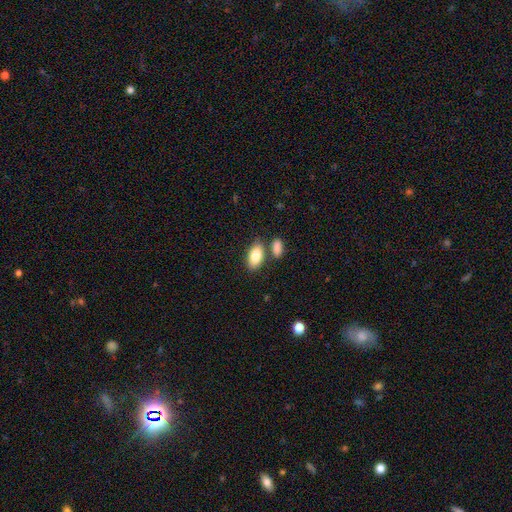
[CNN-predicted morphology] The model was most divided on "merging": none: 67%, merger: 18%, minor disturbance: 11%, major disturbance: 3%. More confident: how rounded — in between (92%); smooth or featured — smooth (84%).